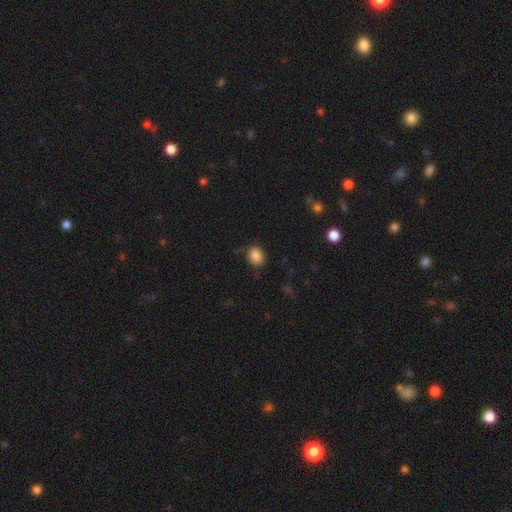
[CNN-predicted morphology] smooth-or-featured: smooth: 86% | star or artifact: 10% | featured or disk: 4%
  how-rounded: round: 50% | in between: 49% | cigar-shaped: 1%
  merging: none: 80% | minor disturbance: 14% | major disturbance: 4% | merger: 2%